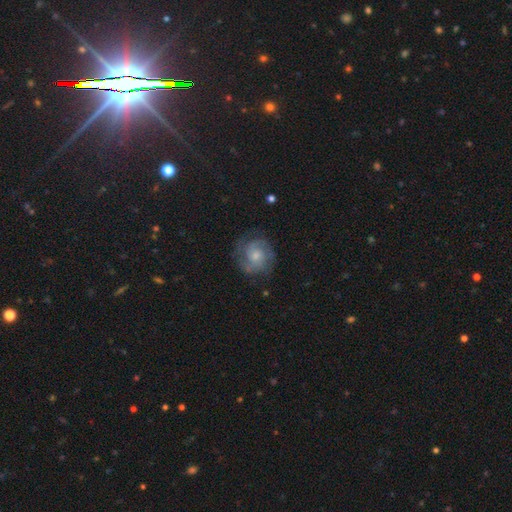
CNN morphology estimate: A featured or disk galaxy (66%) with no bar (74%), 2 (50%) tight (50%) spiral arms (89%) and a moderate central bulge (45%). Merging: none (71%).